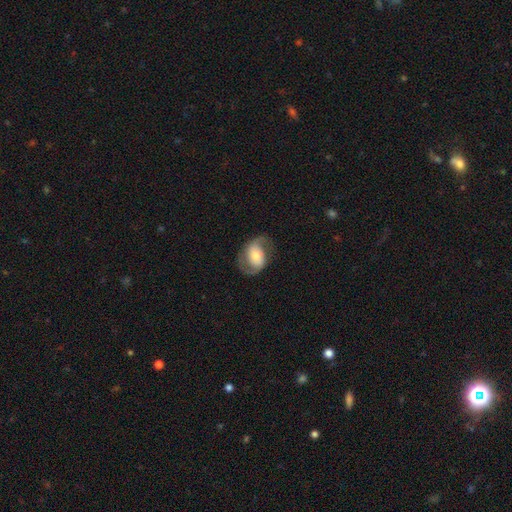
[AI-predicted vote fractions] Smooth or featured: featured or disk — 66% (smooth — 28%)
Edge-on disk: no — 97% (yes — 3%)
Bar: no — 52% (weak — 31%)
Spiral arms: yes — 84% (no — 16%)
Spiral winding: medium — 47% (loose — 33%)
Spiral arm count: 2 — 88% (can't tell — 5%)
Bulge size: moderate — 44% (small — 31%)
Merging: none — 71% (minor disturbance — 16%)